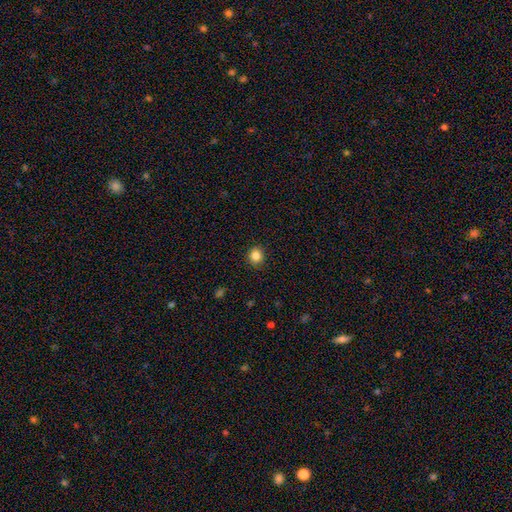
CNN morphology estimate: Overall: smooth (84%). How rounded: round (85%). Merging: none (91%).